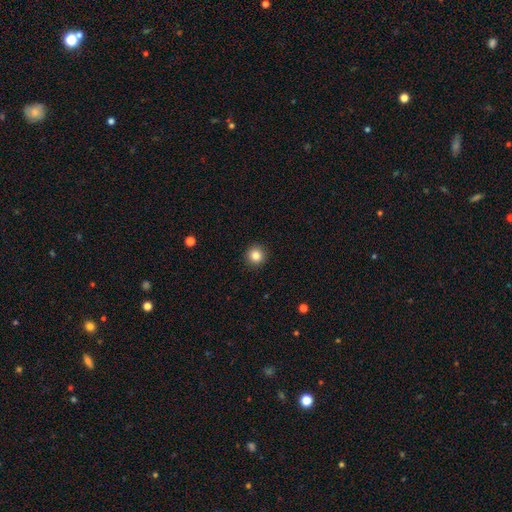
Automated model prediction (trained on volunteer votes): smooth-or-featured: smooth: 84% | star or artifact: 11% | featured or disk: 5%
  how-rounded: round: 95% | in between: 4% | cigar-shaped: 1%
  merging: none: 93% | minor disturbance: 5% | major disturbance: 2% | merger: 1%